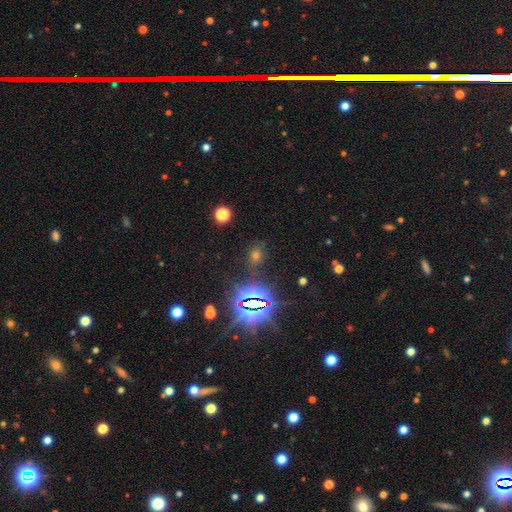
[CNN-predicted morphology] smooth_or_featured: star or artifact (p=0.57) [alt: smooth p=0.34]